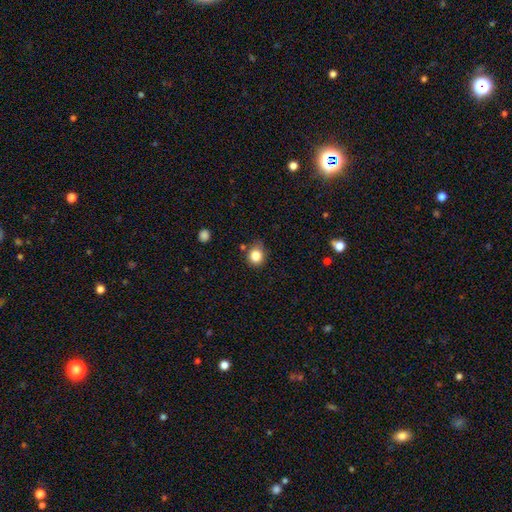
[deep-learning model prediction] smooth-or-featured: smooth: 83% | star or artifact: 11% | featured or disk: 6%
  how-rounded: round: 78% | in between: 21% | cigar-shaped: 1%
  merging: none: 72% | minor disturbance: 20% | merger: 4% | major disturbance: 4%